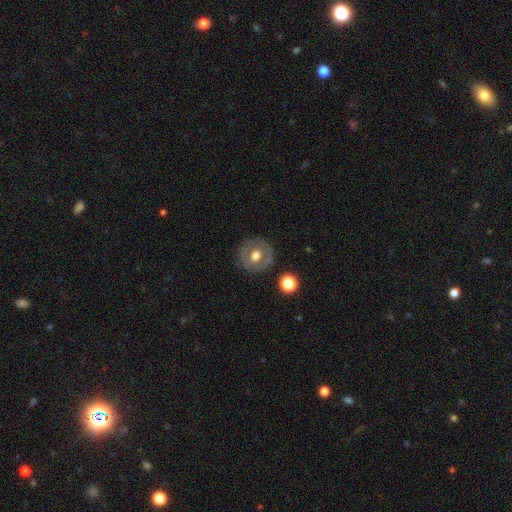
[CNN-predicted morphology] Smooth or featured?
  - smooth: 50% *
  - featured or disk: 42%
  - star or artifact: 8%
Merging?
  - none: 84% *
  - minor disturbance: 10%
  - major disturbance: 4%
  - merger: 2%